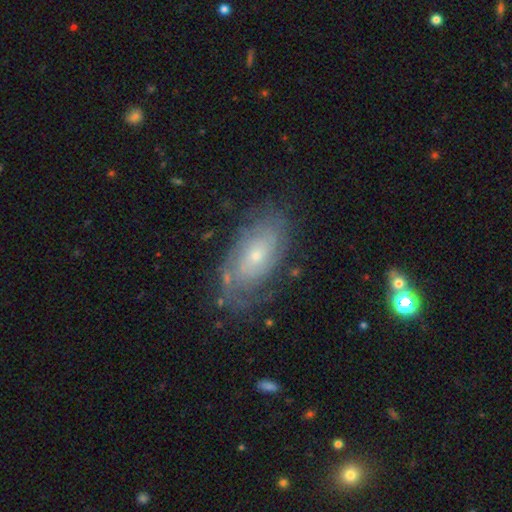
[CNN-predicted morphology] smooth-or-featured: featured or disk: 76% | smooth: 17% | star or artifact: 7%
  disk-edge-on: no: 94% | yes: 6%
    bar: no: 73% | weak: 23% | strong: 4%
    has-spiral-arms: yes: 88% | no: 12%
      spiral-winding: tight: 64% | medium: 27% | loose: 9%
      spiral-arm-count: can't tell: 48% | 2: 30% | 3: 9% | 1: 5% | 4: 5% | more than 4: 3%
    bulge-size: small: 66% | moderate: 29% | none: 2% | large: 2% | dominant: 1%
  merging: none: 70% | minor disturbance: 20% | major disturbance: 8% | merger: 2%